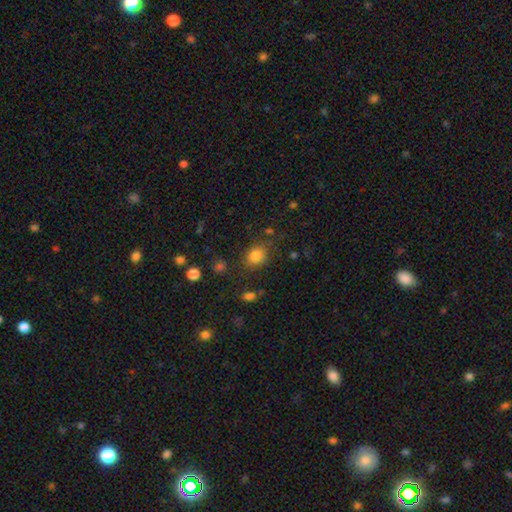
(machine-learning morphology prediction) This is clearly a smooth galaxy (81%). How rounded: likely round (63%). Merging: likely none (75%).